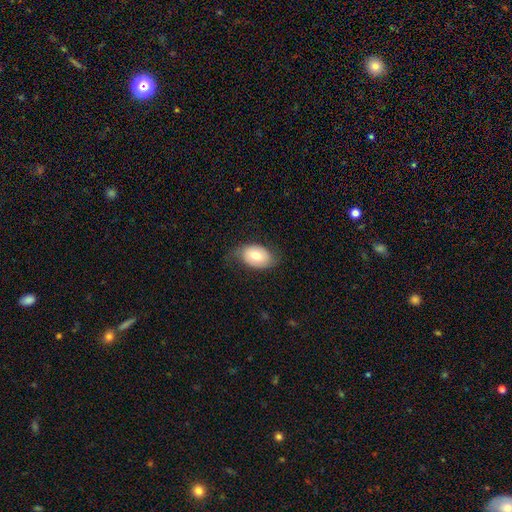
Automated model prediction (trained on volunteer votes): A smooth galaxy with no disk features (67%) that is in between round and cigar-shaped (86%). Merging: none (63%).